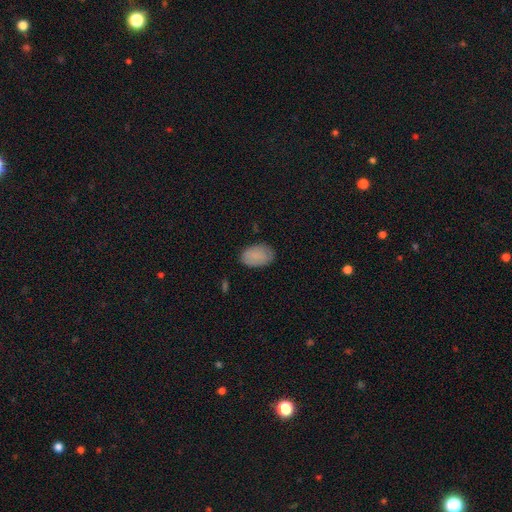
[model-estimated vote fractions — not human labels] Smooth or featured? Predicted: smooth (p=0.85). How rounded? Predicted: in between (p=0.91). Merging? Predicted: none (p=0.80).